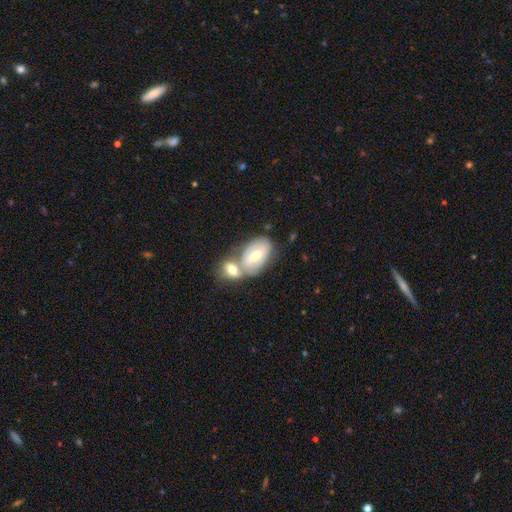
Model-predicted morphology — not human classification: smooth_or_featured: smooth (p=0.49) [alt: featured or disk p=0.45]
merging: merger (p=0.57) [alt: none p=0.29]